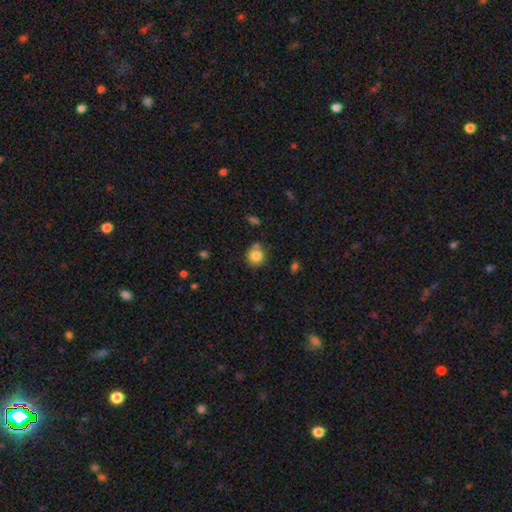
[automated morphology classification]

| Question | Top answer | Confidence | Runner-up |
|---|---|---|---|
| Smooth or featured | smooth | 84% | star or artifact (10%) |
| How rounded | round | 87% | in between (12%) |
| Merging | none | 69% | minor disturbance (16%) |